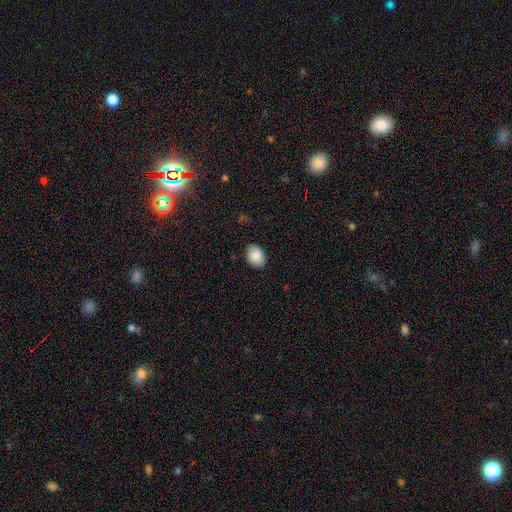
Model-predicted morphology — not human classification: Smooth or featured? Predicted: smooth (p=0.88). How rounded? Predicted: in between (p=0.76). Merging? Predicted: none (p=0.88).